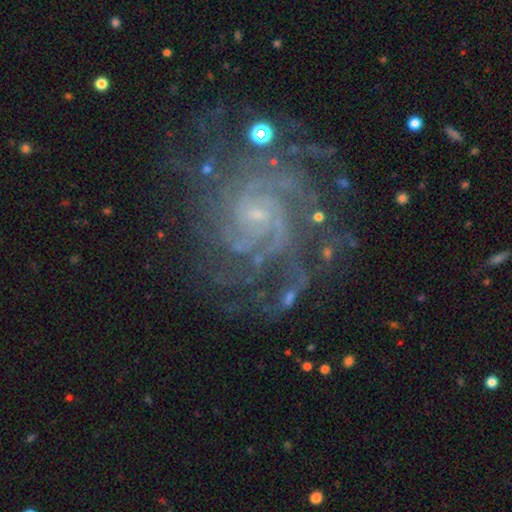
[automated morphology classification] Overall: featured or disk (90%). Edge-on disk: no (98%). Bar: no (65%; weak 27%). Spiral arms: yes (98%). Spiral arm count: 4 (24%; can't tell 19%). Spiral winding: tight (69%). Bulge size: small (84%). Merging: none (71%).